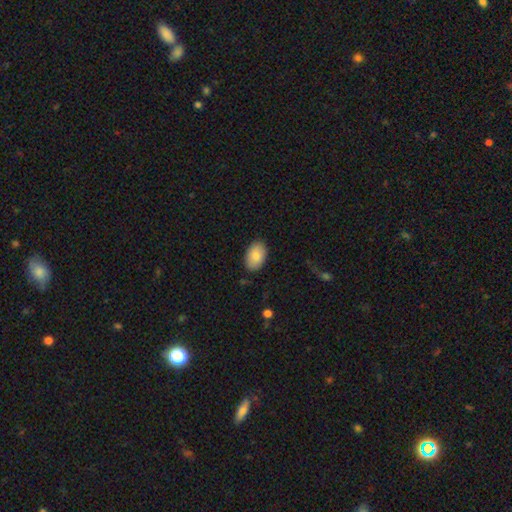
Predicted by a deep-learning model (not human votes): Morphology: type=smooth (86%); roundness=in between (91%); merging=none (87%).